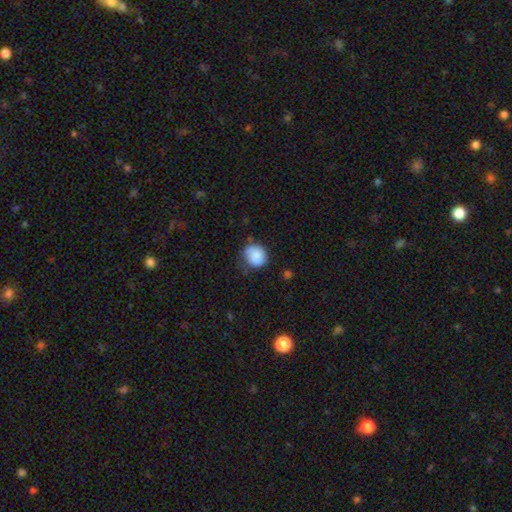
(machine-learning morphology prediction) type=smooth (81%); roundness=round (81%); merging=none (58%).